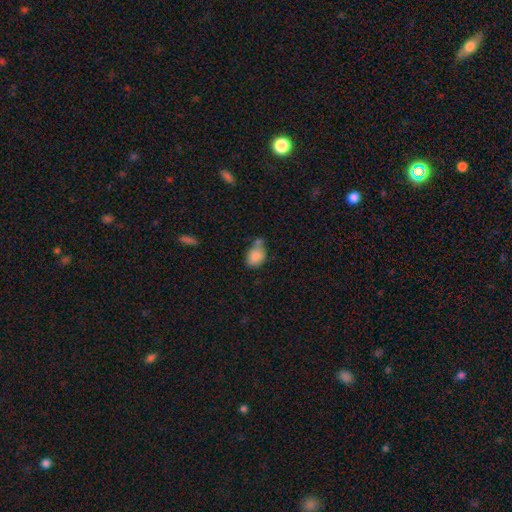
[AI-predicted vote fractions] A smooth galaxy with no disk features (83%) that is in between round and cigar-shaped (77%).

Vote fractions:
- Smooth or featured? smooth: 83% / star or artifact: 9% / featured or disk: 7%
- How rounded? in between: 77% / round: 22% / cigar-shaped: 1%
- Merging? none: 42% / minor disturbance: 26% / merger: 24% / major disturbance: 8%